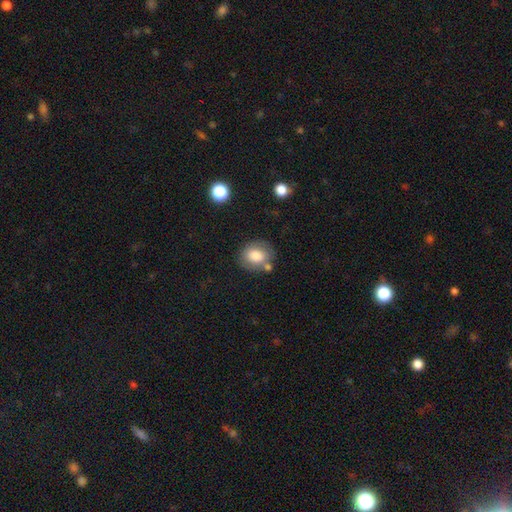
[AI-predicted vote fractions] This is likely a smooth galaxy (80%). How rounded: likely round (63%). Merging: likely none (68%).